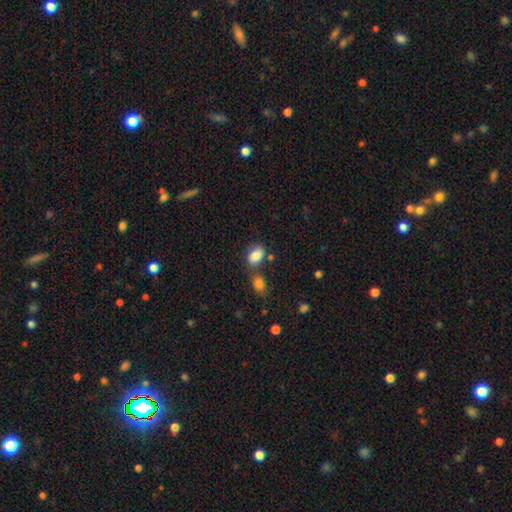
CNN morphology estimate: This appears to be a smooth galaxy with no disk features (85%) that is in between round and cigar-shaped (86%). Merging: none (62%).